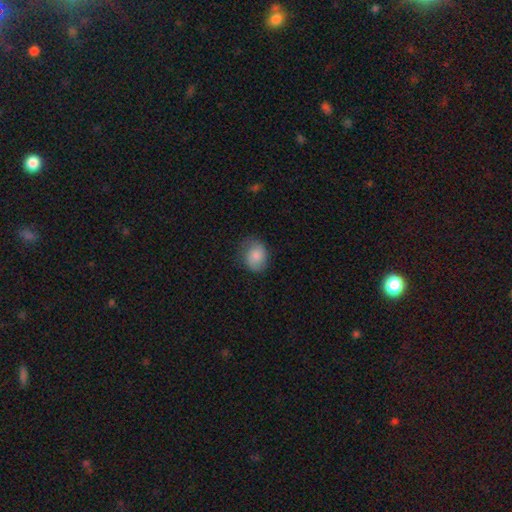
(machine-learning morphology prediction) smooth_or_featured: smooth (p=0.78) [alt: featured or disk p=0.15]
how_rounded: round (p=0.51) [alt: in between p=0.48]
merging: none (p=0.67) [alt: minor disturbance p=0.24]